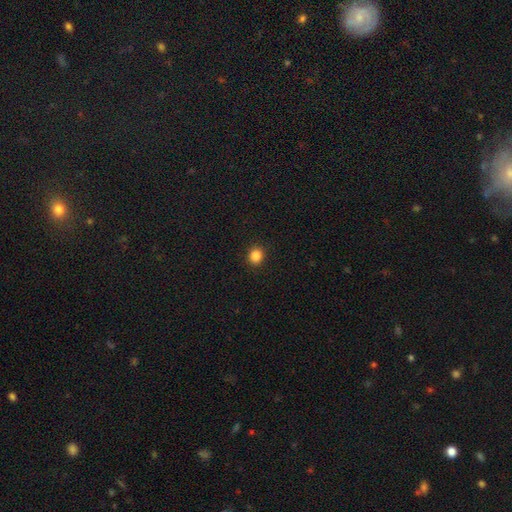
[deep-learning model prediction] This is clearly a smooth galaxy (84%). How rounded: clearly round (83%). Merging: clearly none (92%).